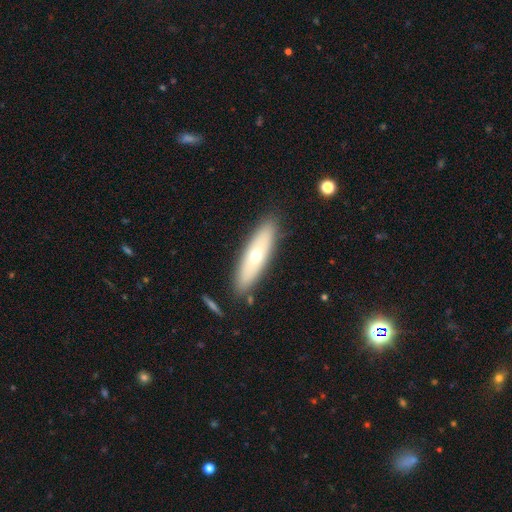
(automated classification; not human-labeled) This appears to be a smooth galaxy with no disk features (54%) that is cigar-shaped (60%). Merging: none (86%).